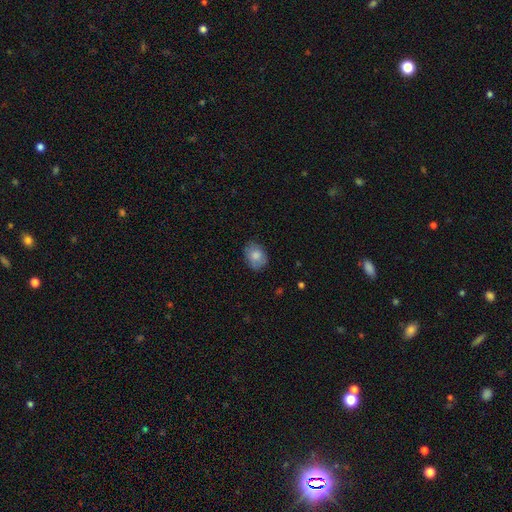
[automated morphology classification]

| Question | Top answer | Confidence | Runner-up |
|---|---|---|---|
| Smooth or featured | smooth | 82% | featured or disk (11%) |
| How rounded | in between | 62% | round (37%) |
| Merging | none | 82% | minor disturbance (14%) |